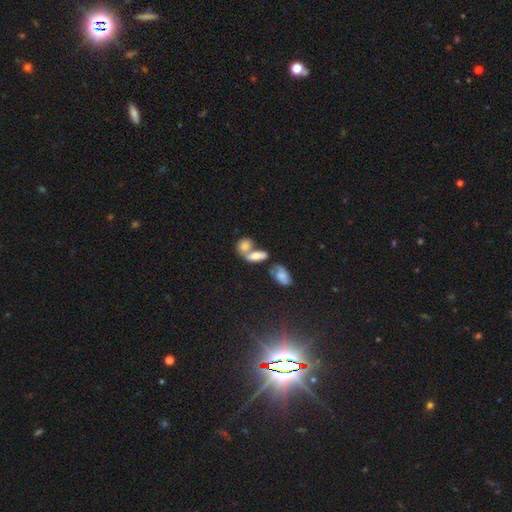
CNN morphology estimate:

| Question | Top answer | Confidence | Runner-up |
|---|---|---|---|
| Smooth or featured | smooth | 70% | featured or disk (20%) |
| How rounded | in between | 78% | round (12%) |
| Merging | merger | 54% | none (30%) |